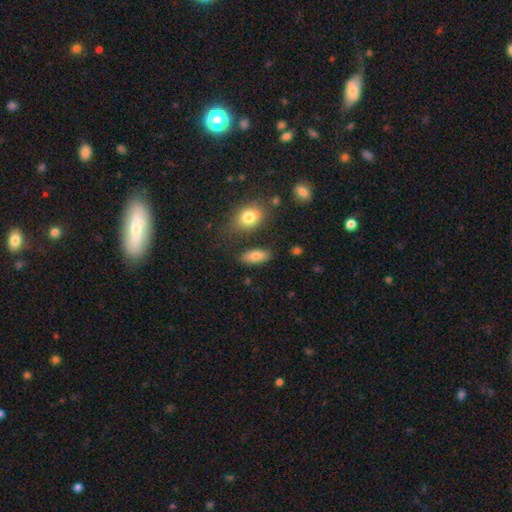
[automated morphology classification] type=smooth (79%); roundness=in between (85%); merging=none (78%).